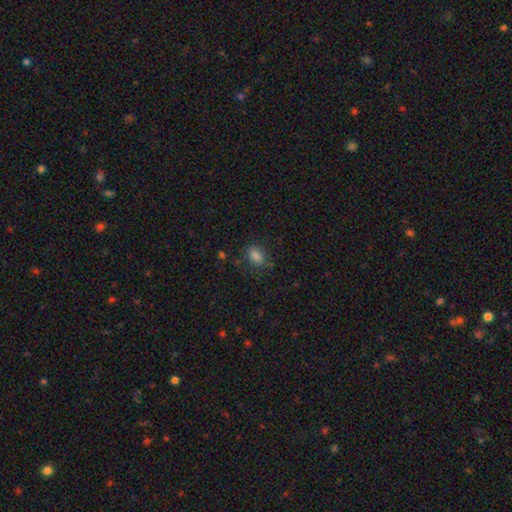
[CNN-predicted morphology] Smooth or featured? smooth (80%)
How rounded? in between (71%)
Merging? none (76%)